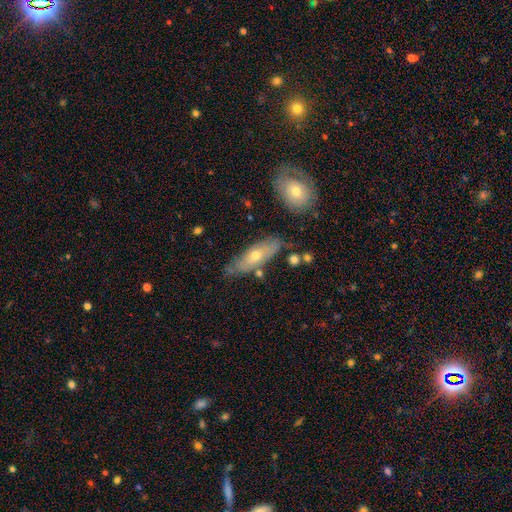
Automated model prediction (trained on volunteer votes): This appears to be a smooth galaxy with no disk features (49%). Merging: none (69%).